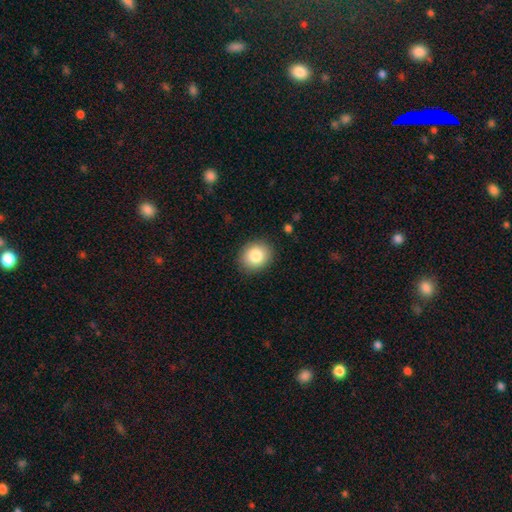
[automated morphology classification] Overall: smooth (83%). How rounded: round (63%; in between 36%). Merging: none (89%).